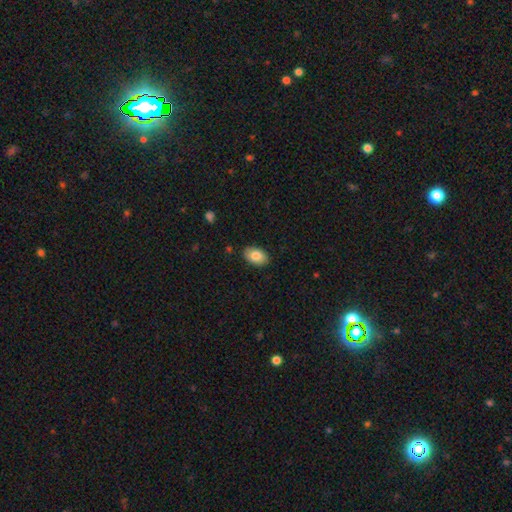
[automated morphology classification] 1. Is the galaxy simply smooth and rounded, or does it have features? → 83% smooth, 10% featured or disk, 7% star or artifact.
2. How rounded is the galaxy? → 89% in between, 10% round, 1% cigar-shaped.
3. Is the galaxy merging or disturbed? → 88% none, 9% minor disturbance, 2% major disturbance, 1% merger.